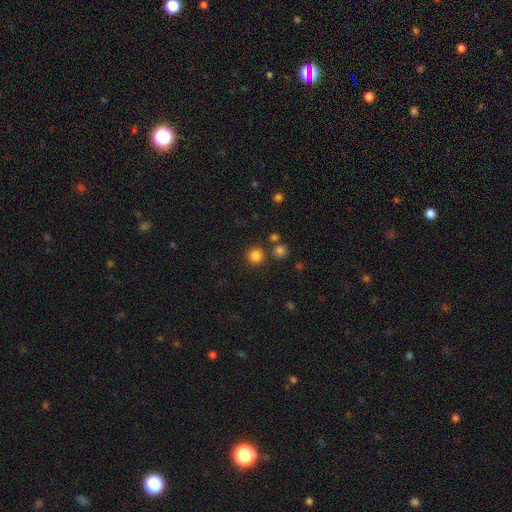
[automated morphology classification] Smooth or featured?
  - smooth: 83% *
  - star or artifact: 13%
  - featured or disk: 4%
How rounded?
  - round: 94% *
  - in between: 5%
  - cigar-shaped: 1%
Merging?
  - none: 84% *
  - merger: 7%
  - minor disturbance: 6%
  - major disturbance: 3%